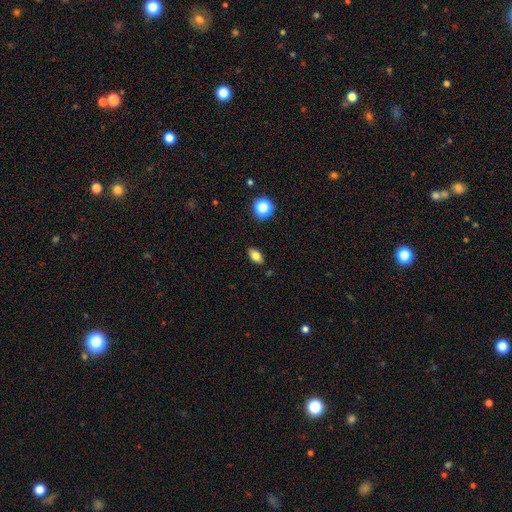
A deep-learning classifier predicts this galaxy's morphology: smooth-or-featured: smooth: 80% | star or artifact: 11% | featured or disk: 10%
  how-rounded: in between: 87% | round: 10% | cigar-shaped: 3%
  merging: none: 87% | minor disturbance: 9% | major disturbance: 2% | merger: 2%